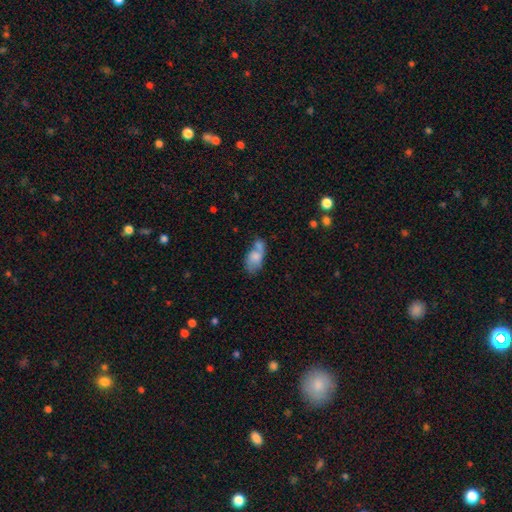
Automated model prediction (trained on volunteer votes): A smooth galaxy with no disk features (61%) that is in between round and cigar-shaped (88%). Merging: none (35%).